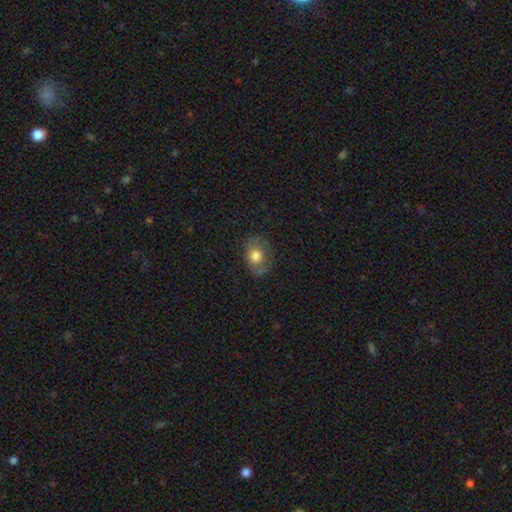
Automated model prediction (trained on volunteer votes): This is likely a smooth galaxy (68%). How rounded: possibly in between (51%). Merging: likely none (67%).